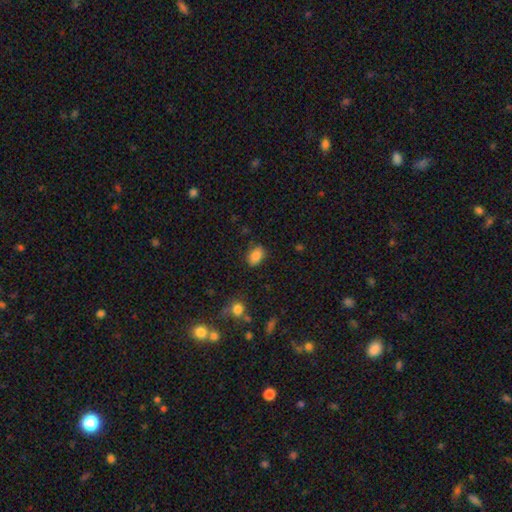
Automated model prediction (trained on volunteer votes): A smooth galaxy with no disk features (85%) that is in between round and cigar-shaped (81%).

Vote fractions:
- Smooth or featured? smooth: 85% / star or artifact: 9% / featured or disk: 6%
- How rounded? in between: 81% / round: 18% / cigar-shaped: 1%
- Merging? none: 79% / minor disturbance: 16% / major disturbance: 3% / merger: 2%